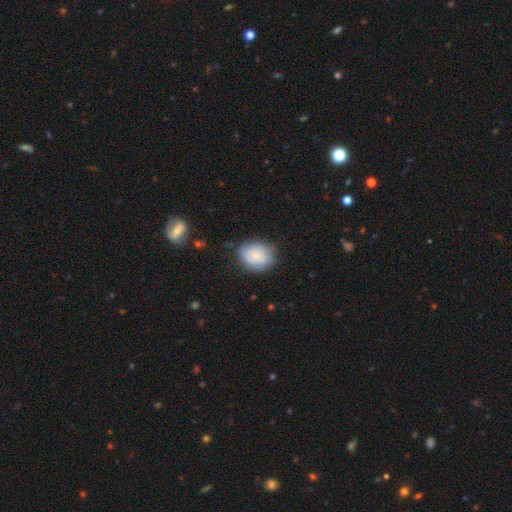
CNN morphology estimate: Smooth or featured? smooth (77%)
How rounded? in between (53%)
Merging? none (74%)